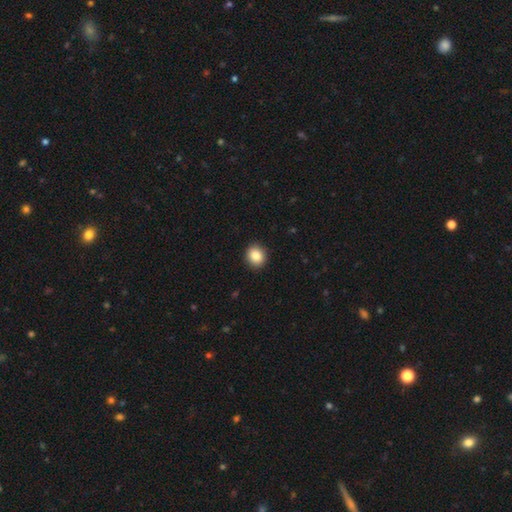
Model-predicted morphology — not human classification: The model was most divided on "how rounded": round: 76%, in between: 23%, cigar-shaped: 1%. More confident: merging — none (92%); smooth or featured — smooth (86%).